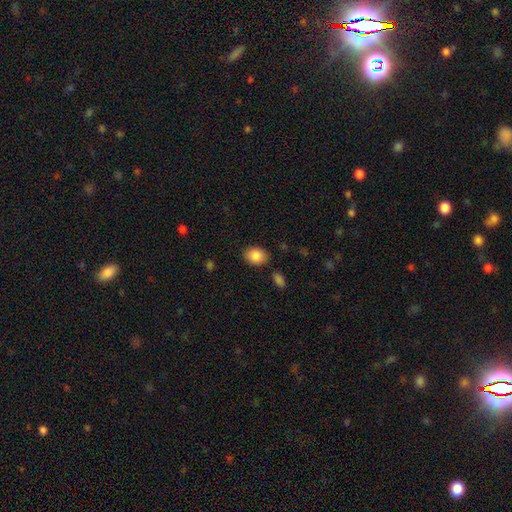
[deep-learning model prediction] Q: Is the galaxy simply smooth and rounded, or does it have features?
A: smooth — 88%.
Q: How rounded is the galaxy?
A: in between — 65%.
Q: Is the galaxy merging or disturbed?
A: none — 84%.